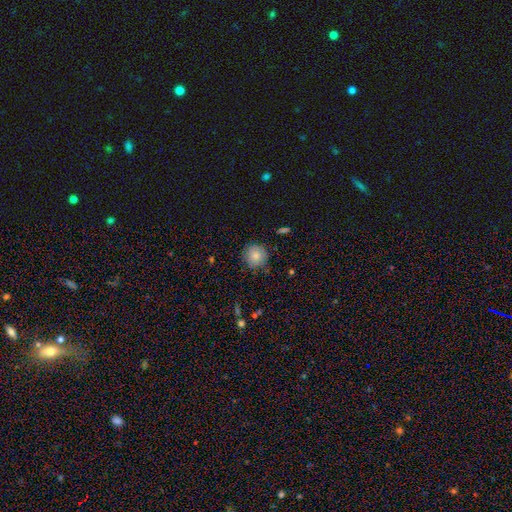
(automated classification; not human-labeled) This is clearly a smooth galaxy (84%). How rounded: clearly round (94%). Merging: clearly none (87%).